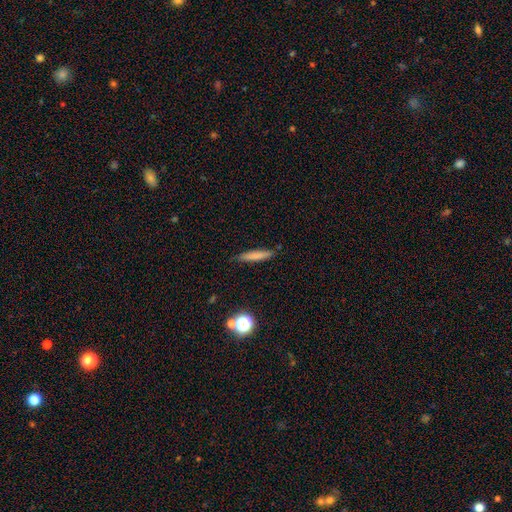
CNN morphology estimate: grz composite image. It shows a smooth galaxy with no disk features (76%) that is cigar-shaped (87%). Merging: none (83%).